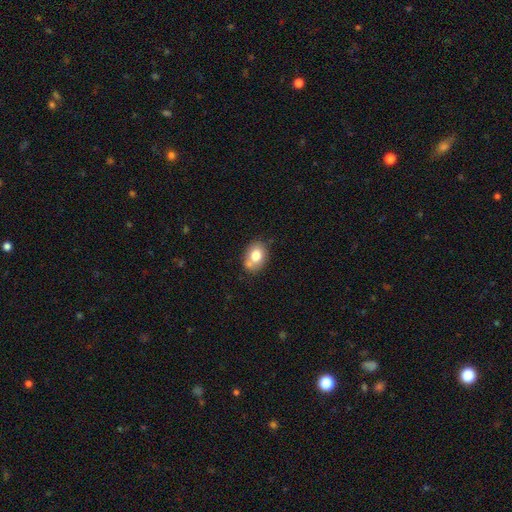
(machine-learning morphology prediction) Smooth or featured?
  - smooth: 76% *
  - featured or disk: 16%
  - star or artifact: 9%
How rounded?
  - in between: 64% *
  - round: 35%
  - cigar-shaped: 1%
Merging?
  - none: 60% *
  - minor disturbance: 19%
  - merger: 16%
  - major disturbance: 5%